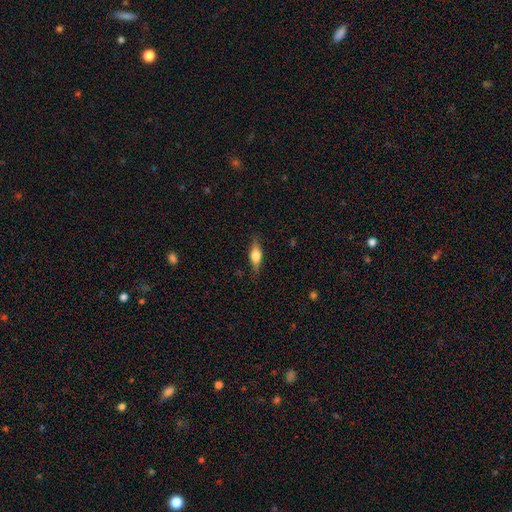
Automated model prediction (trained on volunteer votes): Smooth or featured?
  - smooth: 55% *
  - featured or disk: 38%
  - star or artifact: 8%
How rounded?
  - in between: 63% *
  - cigar-shaped: 32%
  - round: 5%
Merging?
  - none: 79% *
  - minor disturbance: 16%
  - major disturbance: 4%
  - merger: 1%